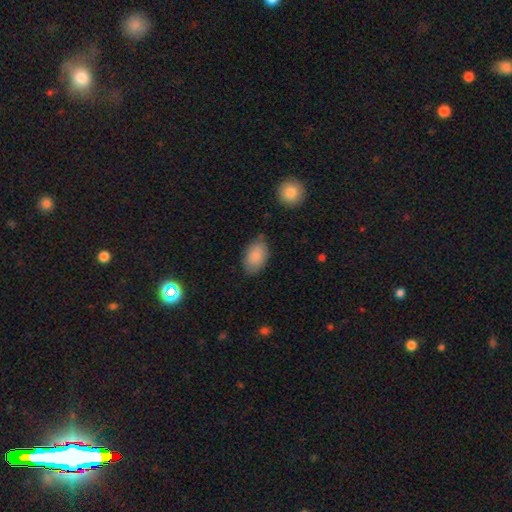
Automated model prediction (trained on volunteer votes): smooth-or-featured: smooth: 87% | star or artifact: 7% | featured or disk: 6%
  how-rounded: in between: 92% | round: 7% | cigar-shaped: 1%
  merging: none: 77% | minor disturbance: 17% | major disturbance: 4% | merger: 3%